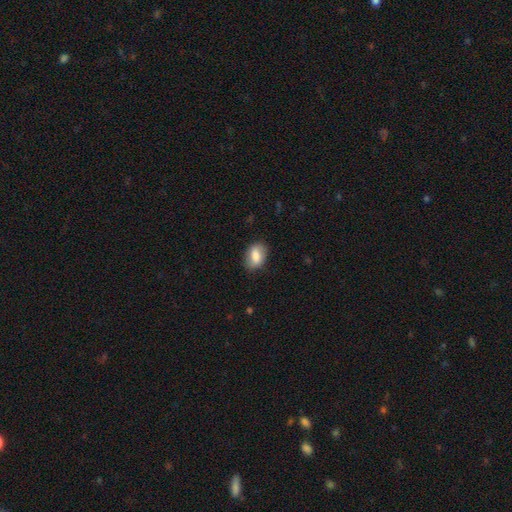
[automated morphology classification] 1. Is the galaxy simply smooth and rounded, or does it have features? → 81% smooth, 12% featured or disk, 7% star or artifact.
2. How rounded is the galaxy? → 84% in between, 14% round, 2% cigar-shaped.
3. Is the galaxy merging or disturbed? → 80% none, 15% minor disturbance, 3% major disturbance, 1% merger.